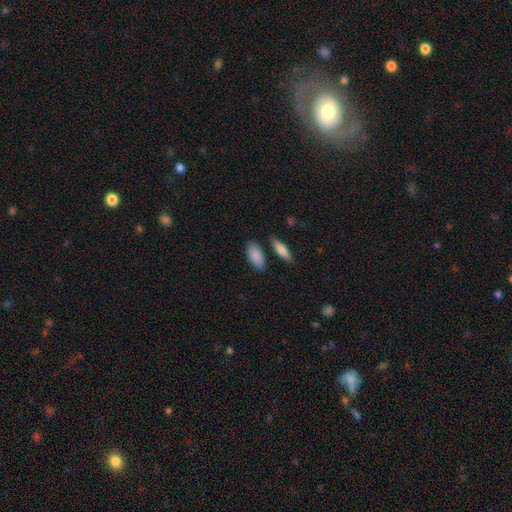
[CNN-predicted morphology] This appears to be a smooth galaxy with no disk features (87%) that is in between round and cigar-shaped (87%). Merging: none (77%).